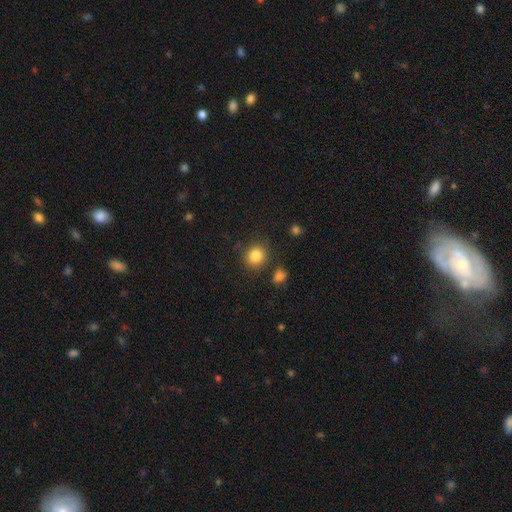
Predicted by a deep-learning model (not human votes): smooth-or-featured: smooth: 84% | star or artifact: 11% | featured or disk: 6%
  how-rounded: round: 81% | in between: 18% | cigar-shaped: 1%
  merging: none: 83% | minor disturbance: 10% | merger: 4% | major disturbance: 3%